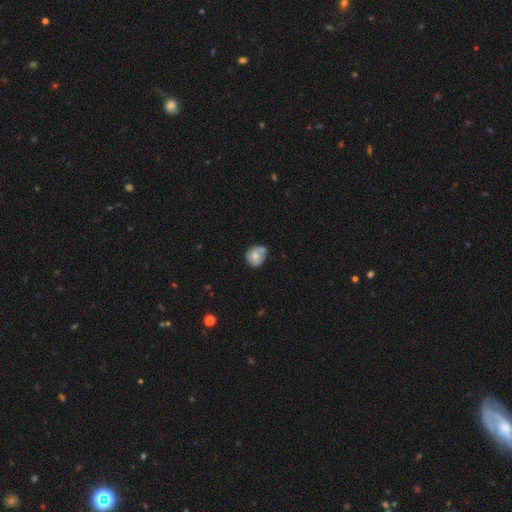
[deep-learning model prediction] smooth 65%, featured or disk 27%, star or artifact 8%. Down the decision tree: how rounded — round (73%); merging — none (52%).